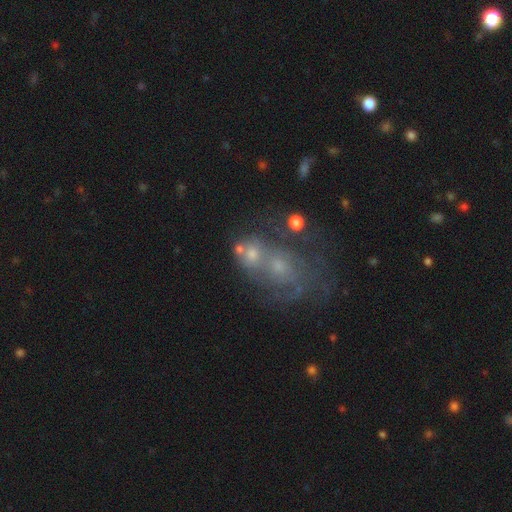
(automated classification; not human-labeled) A featured or disk galaxy (53%) with no bar (83%), no spiral arms (58%) and a small central bulge (54%).

Vote fractions:
- Smooth or featured? featured or disk: 53% / smooth: 30% / star or artifact: 18%
- Edge-on disk? no: 96% / yes: 4%
- Bar? no: 83% / weak: 14% / strong: 3%
- Spiral arms? no: 58% / yes: 42%
- Bulge size? small: 54% / moderate: 28% / none: 13% / large: 3% / dominant: 2%
- Merging? merger: 35% / none: 31% / major disturbance: 19% / minor disturbance: 15%